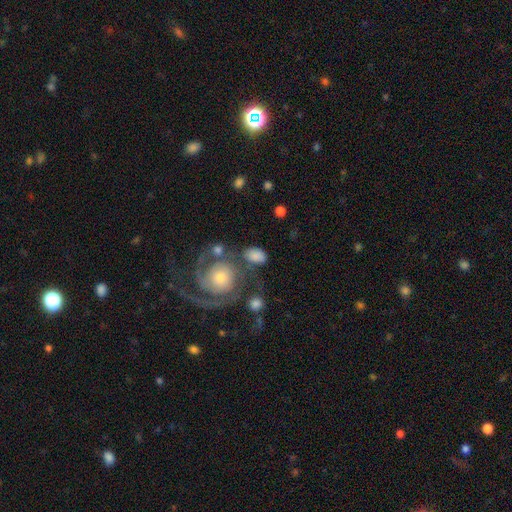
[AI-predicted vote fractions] smooth_or_featured: smooth (p=0.63) [alt: featured or disk p=0.28]
how_rounded: in between (p=0.74) [alt: round p=0.24]
merging: none (p=0.52) [alt: minor disturbance p=0.18]